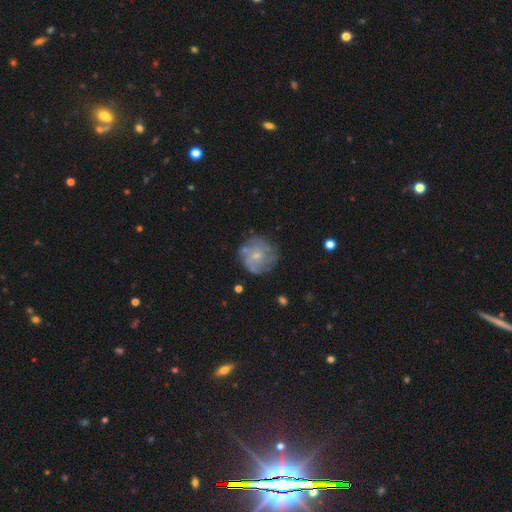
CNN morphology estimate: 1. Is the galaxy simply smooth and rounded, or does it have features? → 53% featured or disk, 38% smooth, 9% star or artifact.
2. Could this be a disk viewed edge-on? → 98% no, 2% yes.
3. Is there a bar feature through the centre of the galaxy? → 75% no, 22% weak, 3% strong.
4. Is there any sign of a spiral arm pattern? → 57% yes, 43% no.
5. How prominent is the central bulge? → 63% small, 28% moderate, 6% none, 1% large, 1% dominant.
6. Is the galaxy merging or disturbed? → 65% none, 20% minor disturbance, 10% major disturbance, 5% merger.